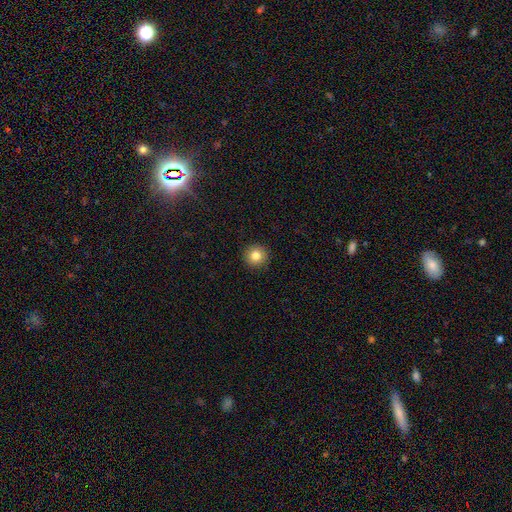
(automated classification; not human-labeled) smooth-or-featured: smooth: 82% | star or artifact: 11% | featured or disk: 7%
  how-rounded: round: 96% | in between: 3% | cigar-shaped: 1%
  merging: none: 93% | minor disturbance: 5% | major disturbance: 2% | merger: 1%